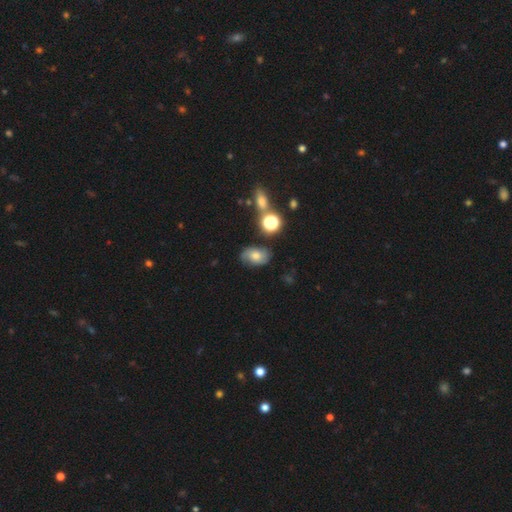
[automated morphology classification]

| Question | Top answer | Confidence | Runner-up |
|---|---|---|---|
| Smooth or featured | smooth | 44% | featured or disk (41%) |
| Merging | none | 69% | minor disturbance (19%) |